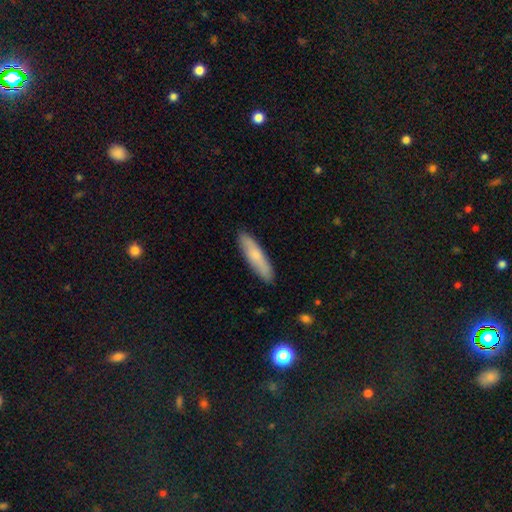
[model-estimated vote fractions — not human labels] smooth-or-featured: smooth: 71% | featured or disk: 23% | star or artifact: 6%
  how-rounded: cigar-shaped: 80% | in between: 19% | round: 2%
  merging: none: 89% | minor disturbance: 8% | major disturbance: 2% | merger: 1%